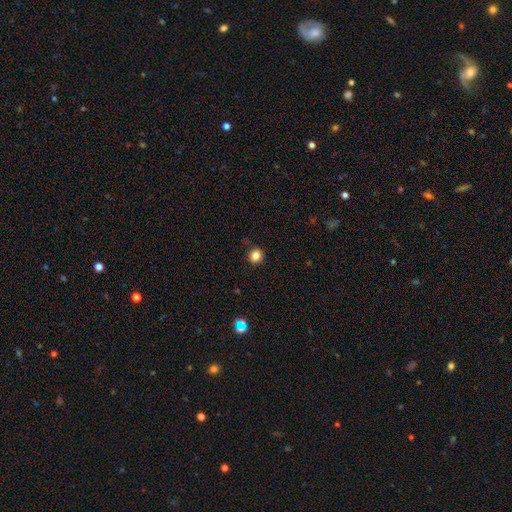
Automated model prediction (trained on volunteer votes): smooth 83%, star or artifact 12%, featured or disk 4%. Down the decision tree: how rounded — round (87%); merging — none (89%).